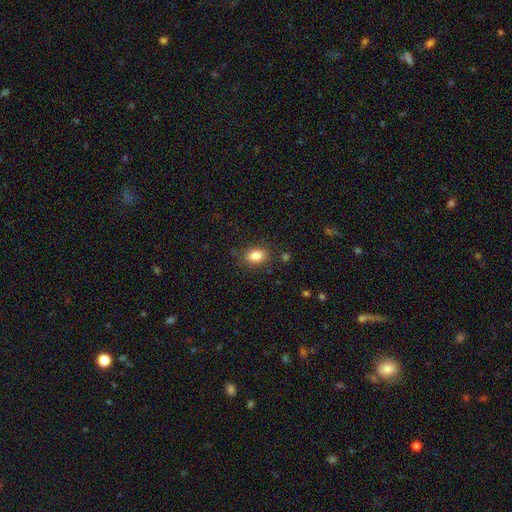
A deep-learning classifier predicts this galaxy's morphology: Smooth or featured?
  - smooth: 85% *
  - star or artifact: 9%
  - featured or disk: 5%
How rounded?
  - in between: 79% *
  - round: 20%
  - cigar-shaped: 1%
Merging?
  - none: 84% *
  - minor disturbance: 11%
  - major disturbance: 3%
  - merger: 2%